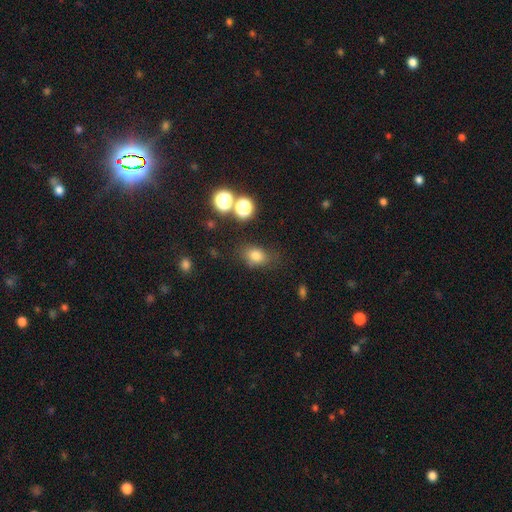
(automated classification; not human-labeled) A smooth galaxy with no disk features (77%) that is in between round and cigar-shaped (64%).

Vote fractions:
- Smooth or featured? smooth: 77% / star or artifact: 15% / featured or disk: 8%
- How rounded? in between: 64% / round: 35% / cigar-shaped: 1%
- Merging? none: 72% / minor disturbance: 18% / major disturbance: 6% / merger: 4%